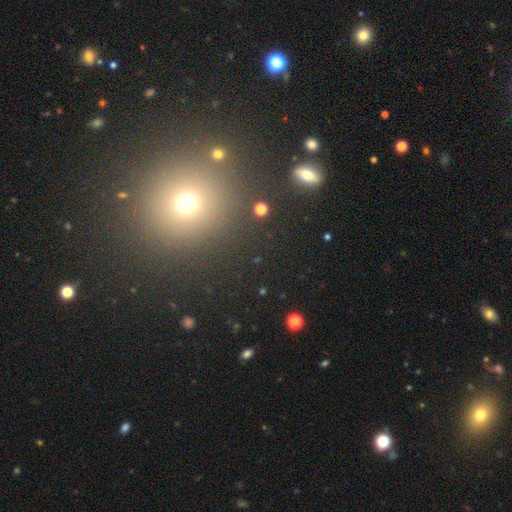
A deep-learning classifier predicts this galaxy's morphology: smooth 53%, star or artifact 39%, featured or disk 8%. Down the decision tree: how rounded — round (91%); merging — none (90%).